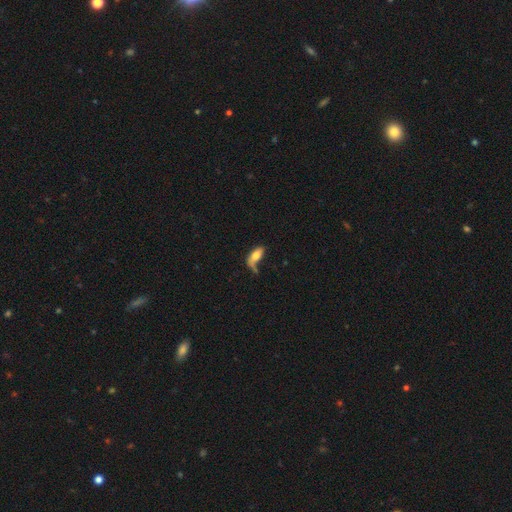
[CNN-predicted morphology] Q: Smooth or featured?
A: smooth (68%); runner-up: featured or disk (24%)
Q: How rounded?
A: in between (81%); runner-up: cigar-shaped (14%)
Q: Merging?
A: none (35%); runner-up: major disturbance (27%)